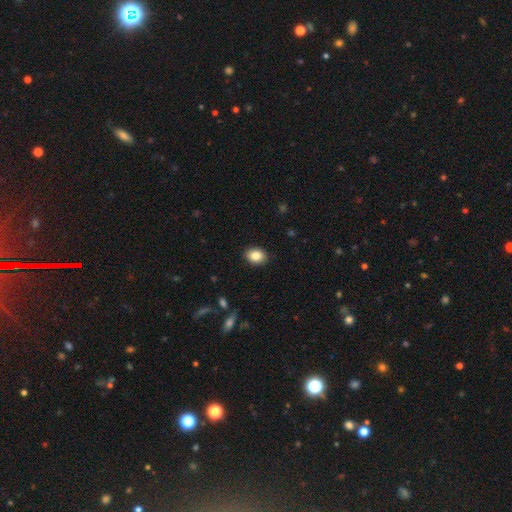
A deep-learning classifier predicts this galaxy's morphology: smooth-or-featured: smooth: 86% | star or artifact: 8% | featured or disk: 6%
  how-rounded: in between: 65% | round: 34% | cigar-shaped: 1%
  merging: none: 89% | minor disturbance: 8% | major disturbance: 2% | merger: 1%